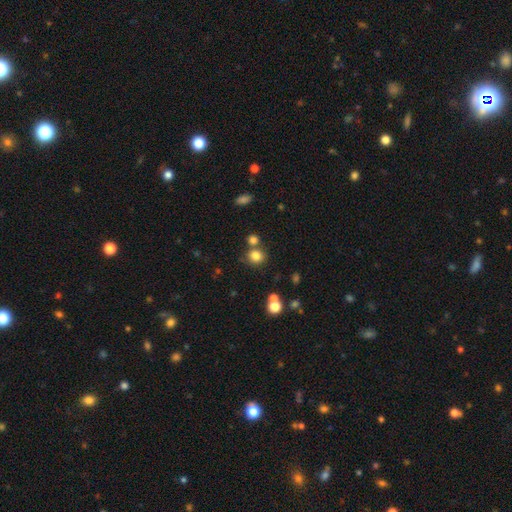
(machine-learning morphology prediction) A smooth galaxy with no disk features (80%) that is round (82%).

Vote fractions:
- Smooth or featured? smooth: 80% / star or artifact: 13% / featured or disk: 7%
- How rounded? round: 82% / in between: 17% / cigar-shaped: 1%
- Merging? none: 69% / merger: 18% / minor disturbance: 10% / major disturbance: 4%